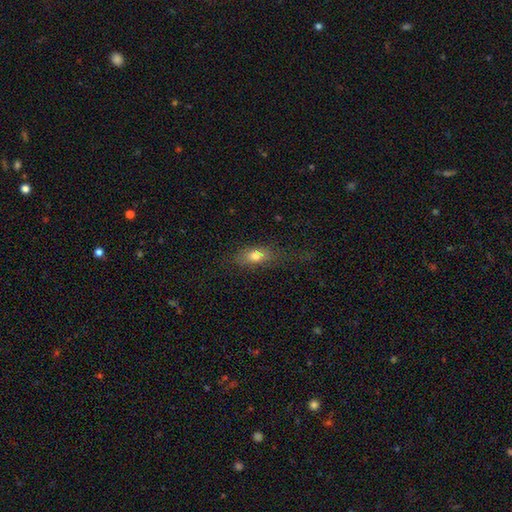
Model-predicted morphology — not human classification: This appears to be a smooth galaxy with no disk features (73%) that is in between round and cigar-shaped (78%). Merging: none (52%).